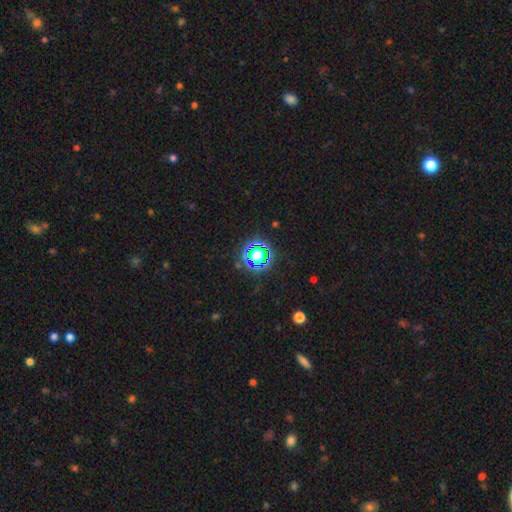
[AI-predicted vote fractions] A star or artifact, not a galaxy (56%).